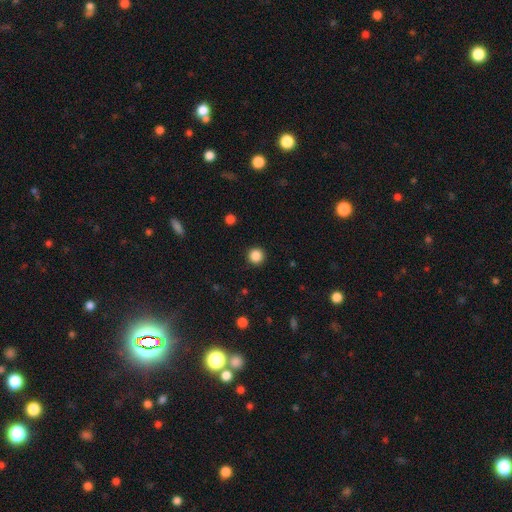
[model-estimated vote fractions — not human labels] Smooth or featured? Predicted: smooth (p=0.86). How rounded? Predicted: round (p=0.96). Merging? Predicted: none (p=0.92).